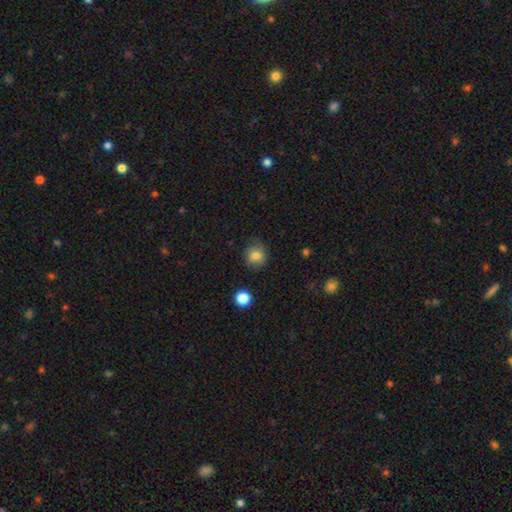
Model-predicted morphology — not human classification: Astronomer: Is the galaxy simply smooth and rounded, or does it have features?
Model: smooth — 81%.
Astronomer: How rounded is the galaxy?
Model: round — 85%.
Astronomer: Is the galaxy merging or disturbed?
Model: none — 79%.